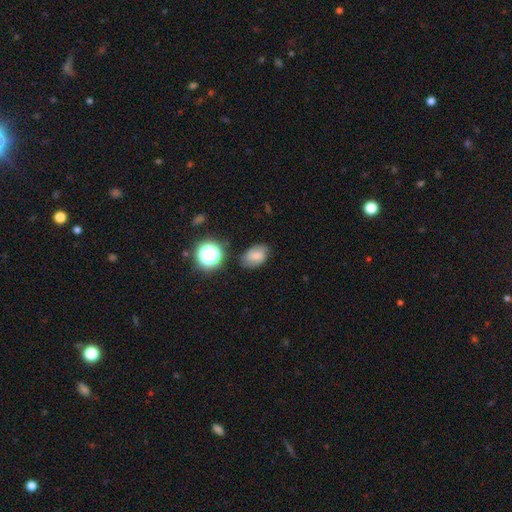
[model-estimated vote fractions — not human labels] A smooth galaxy with no disk features (65%) that is in between round and cigar-shaped (79%).

Vote fractions:
- Smooth or featured? smooth: 65% / featured or disk: 22% / star or artifact: 13%
- How rounded? in between: 79% / round: 20% / cigar-shaped: 1%
- Merging? none: 74% / minor disturbance: 18% / major disturbance: 5% / merger: 3%